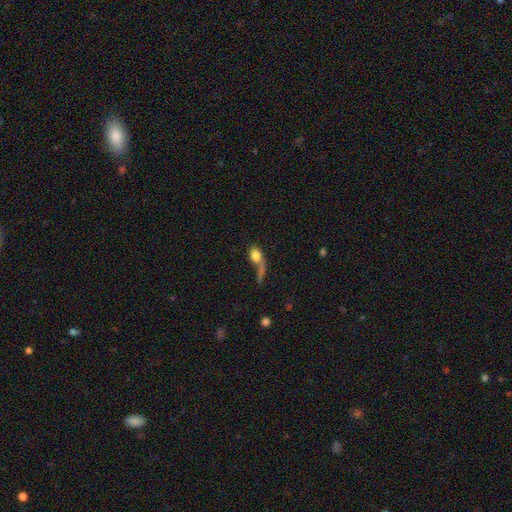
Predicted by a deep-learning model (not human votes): smooth_or_featured: smooth (p=0.70) [alt: featured or disk p=0.20]
how_rounded: in between (p=0.64) [alt: round p=0.29]
merging: major disturbance (p=0.33) [alt: merger p=0.27]